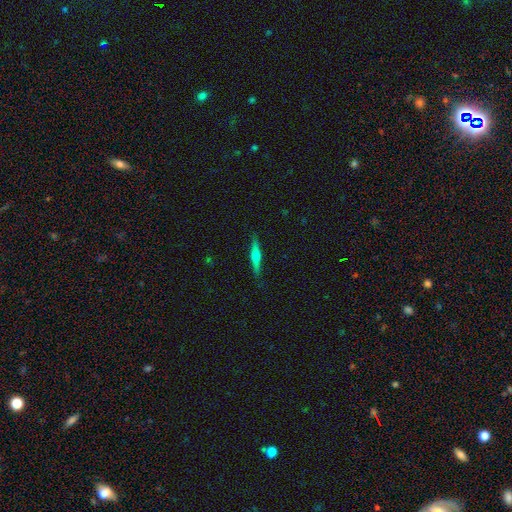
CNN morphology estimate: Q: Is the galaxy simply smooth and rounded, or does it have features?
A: featured or disk — 61%.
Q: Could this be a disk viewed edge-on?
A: yes — 98%.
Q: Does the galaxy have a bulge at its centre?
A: rounded — 86%.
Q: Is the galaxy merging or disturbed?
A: none — 89%.